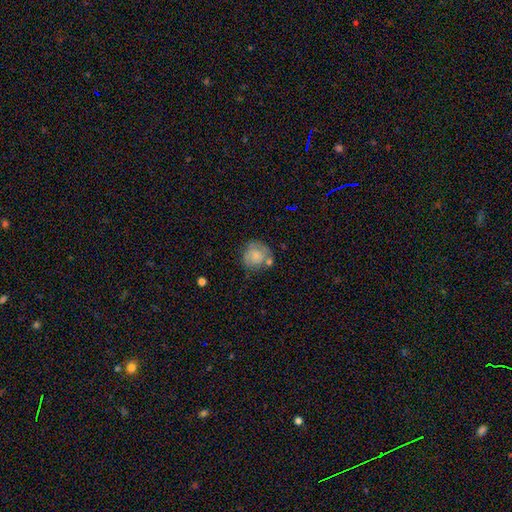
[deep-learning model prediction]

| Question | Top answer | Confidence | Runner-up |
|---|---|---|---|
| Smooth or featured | smooth | 64% | featured or disk (28%) |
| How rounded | round | 85% | in between (14%) |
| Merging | none | 54% | minor disturbance (23%) |